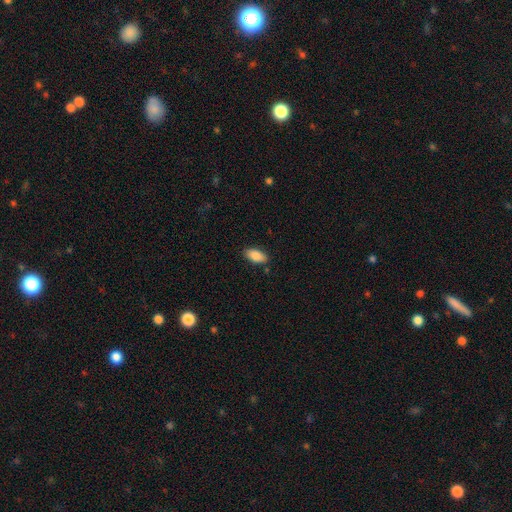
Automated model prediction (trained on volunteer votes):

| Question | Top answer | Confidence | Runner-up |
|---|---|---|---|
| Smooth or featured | smooth | 86% | featured or disk (8%) |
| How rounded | in between | 92% | cigar-shaped (6%) |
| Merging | none | 86% | minor disturbance (10%) |